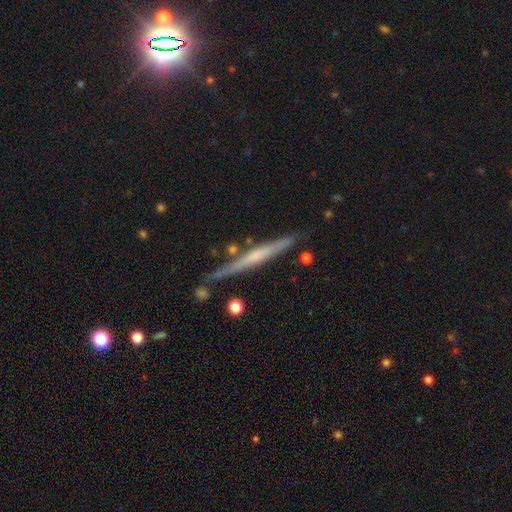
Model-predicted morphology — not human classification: type=featured or disk (61%); edge-on=yes (97%); edge-on bulge=none (61%); merging=none (82%).